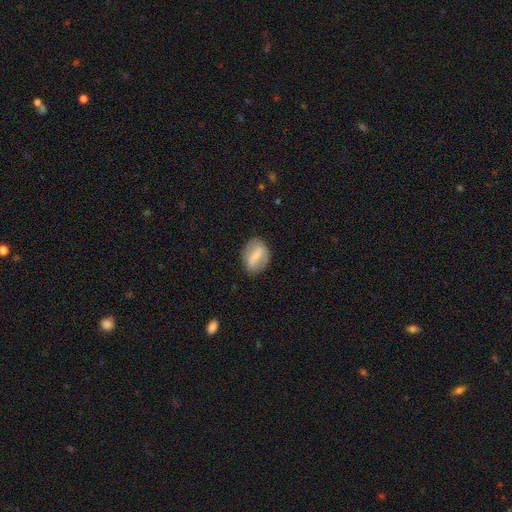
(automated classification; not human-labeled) Smooth or featured: smooth — 58% (featured or disk — 35%)
How rounded: in between — 77% (round — 20%)
Merging: none — 77% (minor disturbance — 16%)